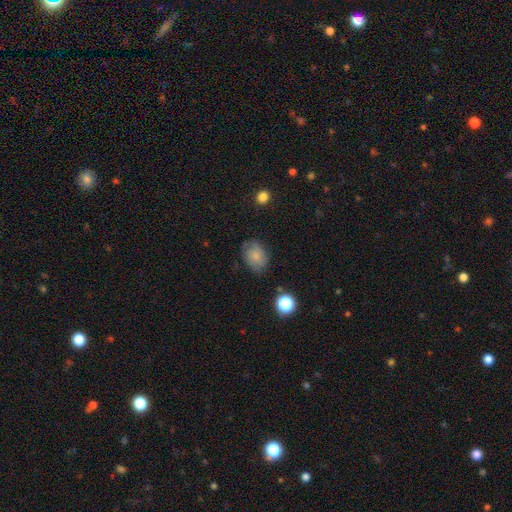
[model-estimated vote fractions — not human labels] Overall: smooth (70%). How rounded: in between (64%; round 35%). Merging: none (71%).